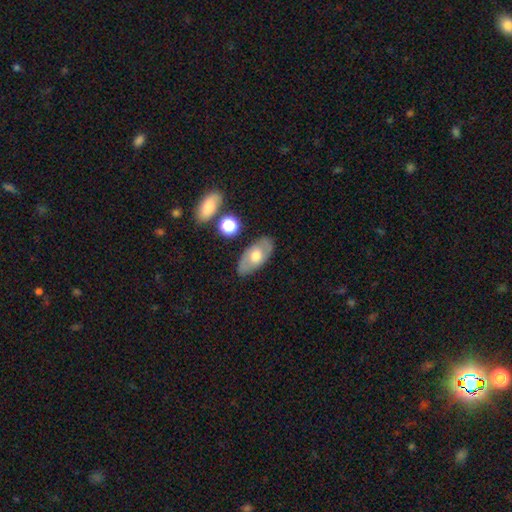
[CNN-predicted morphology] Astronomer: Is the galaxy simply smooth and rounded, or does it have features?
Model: smooth — 54% (runner-up: featured or disk, 39%).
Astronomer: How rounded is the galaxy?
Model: in between — 91%.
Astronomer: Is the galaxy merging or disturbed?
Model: none — 82%.